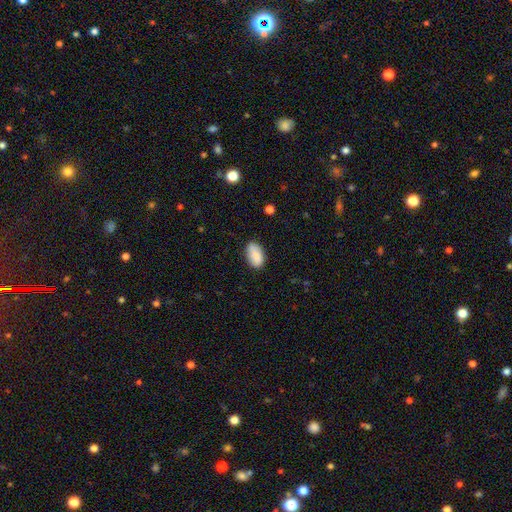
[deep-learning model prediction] A smooth galaxy with no disk features (87%) that is in between round and cigar-shaped (93%).

Vote fractions:
- Smooth or featured? smooth: 87% / star or artifact: 7% / featured or disk: 6%
- How rounded? in between: 93% / round: 4% / cigar-shaped: 3%
- Merging? none: 76% / minor disturbance: 18% / major disturbance: 3% / merger: 2%